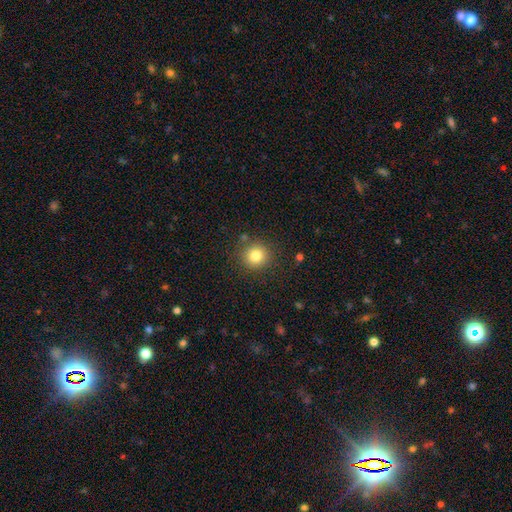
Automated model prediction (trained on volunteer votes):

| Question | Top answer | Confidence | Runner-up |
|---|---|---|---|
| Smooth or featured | smooth | 81% | star or artifact (12%) |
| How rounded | round | 92% | in between (7%) |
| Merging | none | 87% | minor disturbance (8%) |